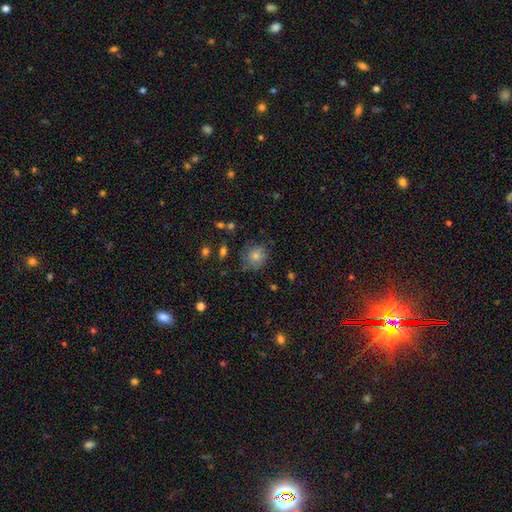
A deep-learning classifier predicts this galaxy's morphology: The model was most divided on "smooth or featured": smooth: 56%, star or artifact: 23%, featured or disk: 21%. More confident: how rounded — round (82%); merging — none (73%).